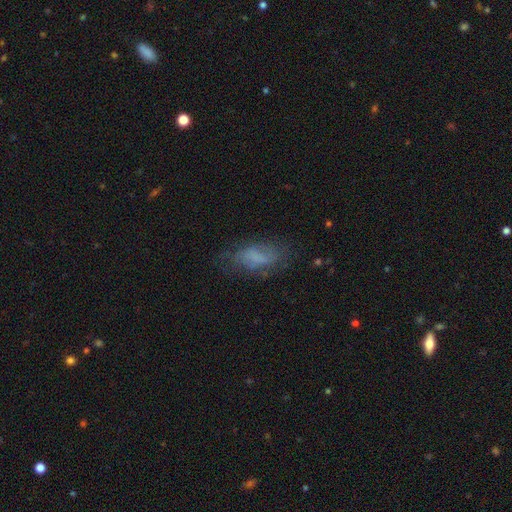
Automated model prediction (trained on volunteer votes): A smooth galaxy with no disk features (53%) that is in between round and cigar-shaped (79%).

Vote fractions:
- Smooth or featured? smooth: 53% / featured or disk: 33% / star or artifact: 13%
- How rounded? in between: 79% / cigar-shaped: 17% / round: 4%
- Merging? none: 65% / minor disturbance: 22% / major disturbance: 11% / merger: 2%